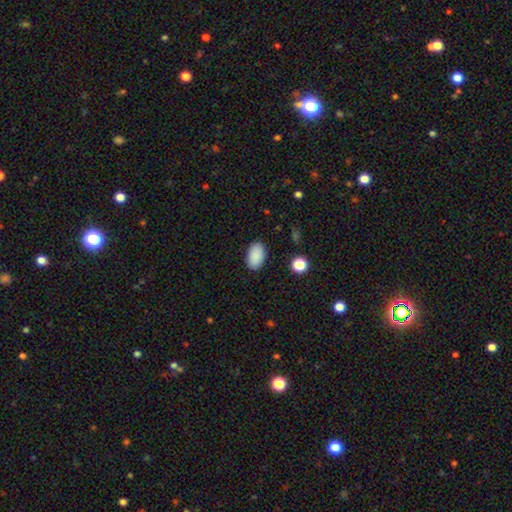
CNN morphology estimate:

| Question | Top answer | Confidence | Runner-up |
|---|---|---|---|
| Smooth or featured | smooth | 89% | star or artifact (7%) |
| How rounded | in between | 94% | round (5%) |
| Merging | none | 88% | minor disturbance (9%) |